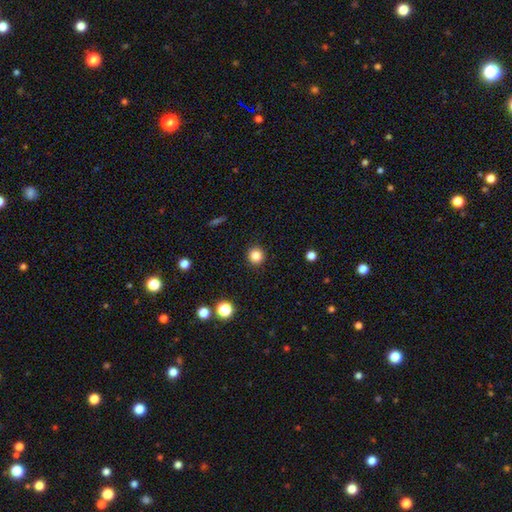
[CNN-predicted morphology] Smooth or featured? Predicted: smooth (p=0.85). How rounded? Predicted: round (p=0.94). Merging? Predicted: none (p=0.92).